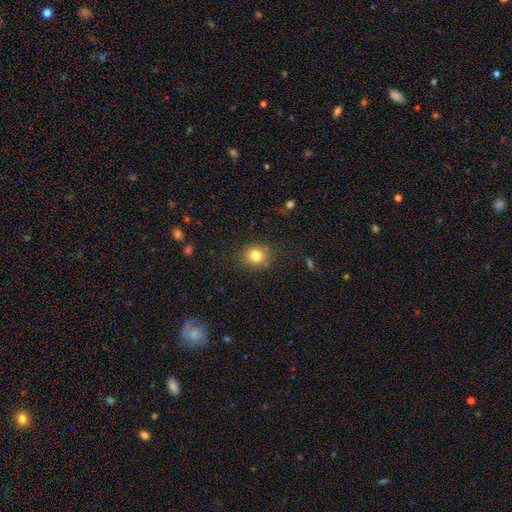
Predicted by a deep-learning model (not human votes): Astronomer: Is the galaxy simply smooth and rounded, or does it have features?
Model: smooth — 80%.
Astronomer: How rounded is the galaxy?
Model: round — 80%.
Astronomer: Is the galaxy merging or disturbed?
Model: none — 83%.